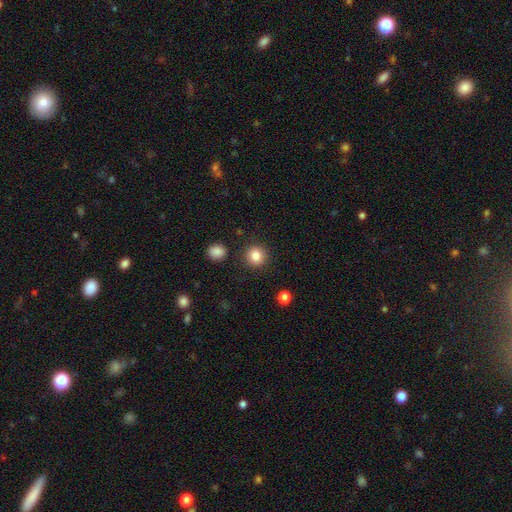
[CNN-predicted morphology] smooth_or_featured: smooth (p=0.85) [alt: star or artifact p=0.10]
how_rounded: round (p=0.94) [alt: in between p=0.05]
merging: none (p=0.90) [alt: minor disturbance p=0.06]